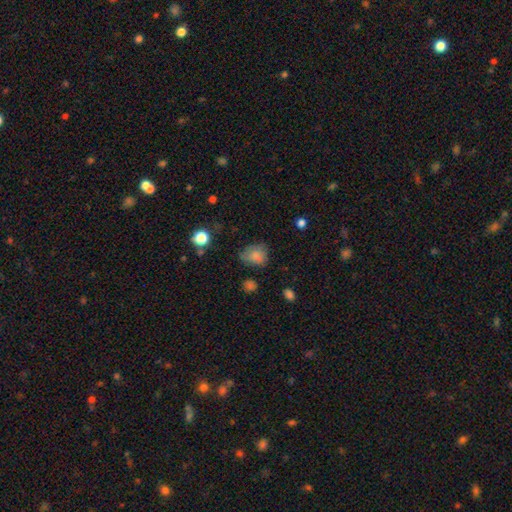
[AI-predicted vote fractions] Smooth or featured?
  - smooth: 78% *
  - star or artifact: 11%
  - featured or disk: 11%
How rounded?
  - round: 52% *
  - in between: 47%
  - cigar-shaped: 1%
Merging?
  - none: 54% *
  - minor disturbance: 30%
  - major disturbance: 13%
  - merger: 3%